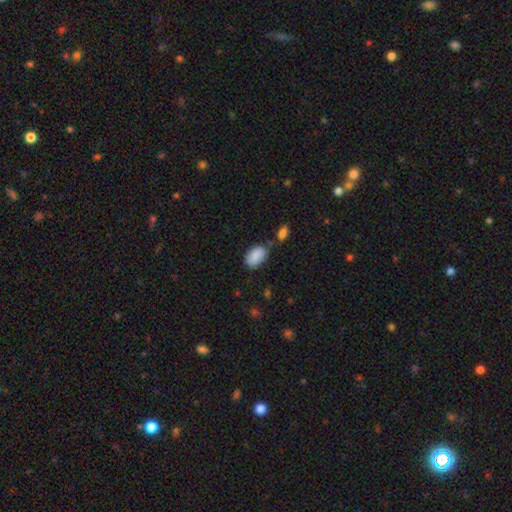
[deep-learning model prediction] This is clearly a smooth galaxy (87%). How rounded: clearly in between (92%). Merging: likely none (60%).